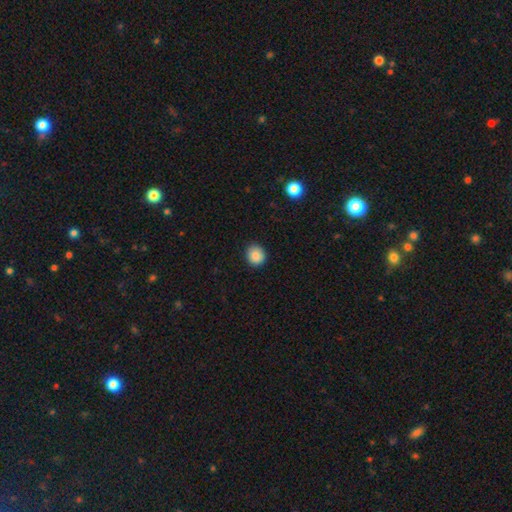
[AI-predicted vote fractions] This appears to be a smooth galaxy with no disk features (86%) that is round (86%). Merging: none (88%).